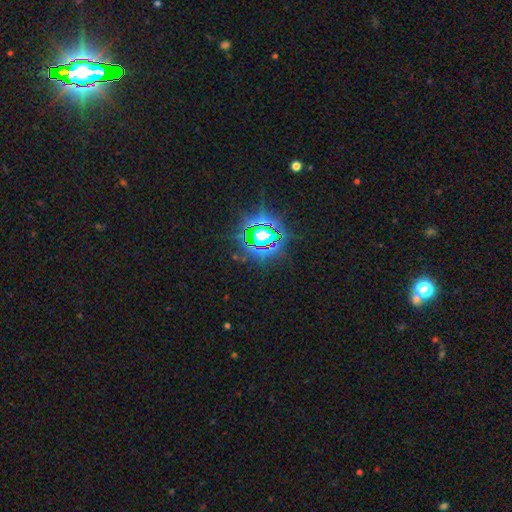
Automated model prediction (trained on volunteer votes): Smooth or featured? star or artifact (84%)